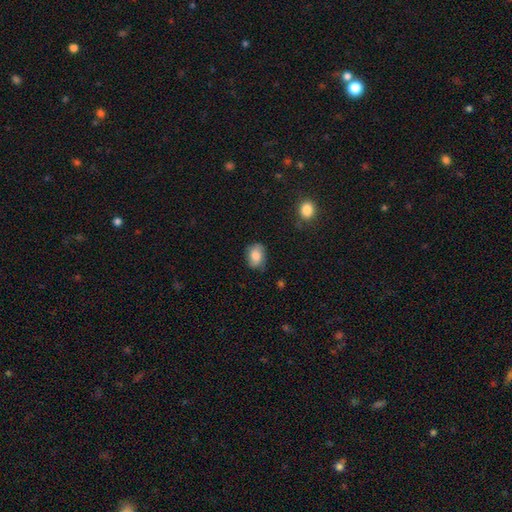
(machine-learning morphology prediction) smooth-or-featured: smooth: 75% | featured or disk: 16% | star or artifact: 9%
  how-rounded: in between: 73% | round: 26% | cigar-shaped: 1%
  merging: none: 68% | minor disturbance: 24% | major disturbance: 6% | merger: 2%